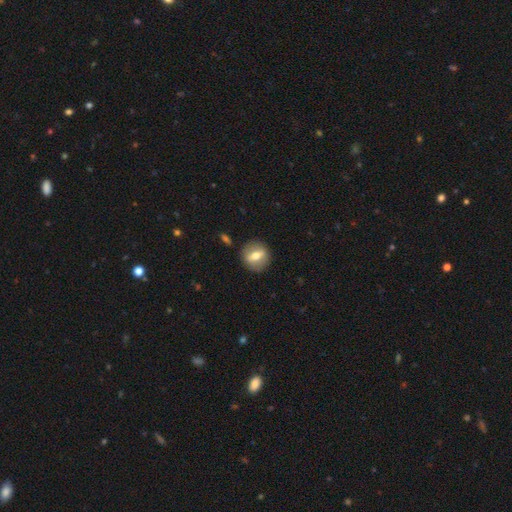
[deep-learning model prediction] Smooth or featured: smooth — 46% (tied with featured or disk — 46%)
Merging: none — 87% (minor disturbance — 8%)